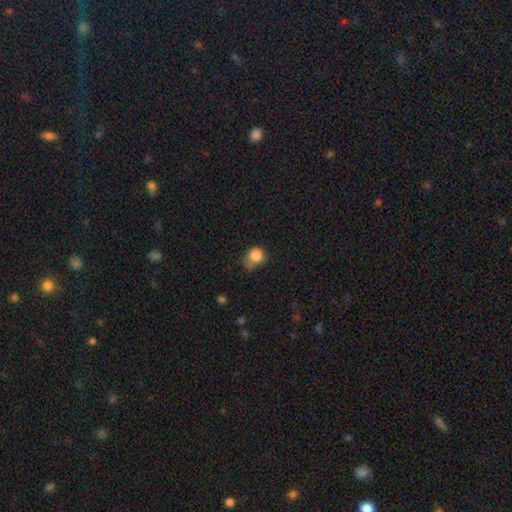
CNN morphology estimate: This appears to be a smooth galaxy with no disk features (82%) that is round (76%). Merging: none (42%).